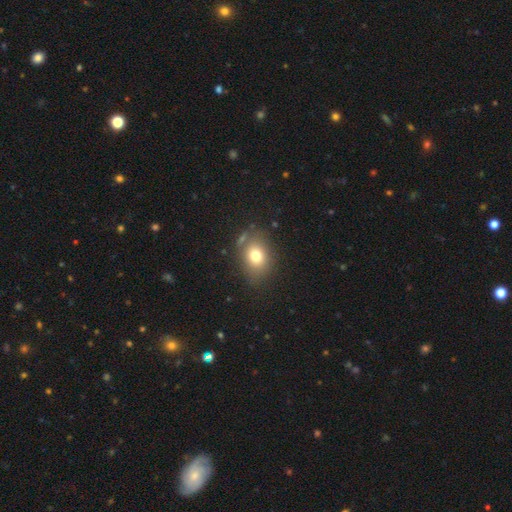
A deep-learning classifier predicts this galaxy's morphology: A smooth galaxy with no disk features (74%) that is in between round and cigar-shaped (61%). Merging: none (73%).